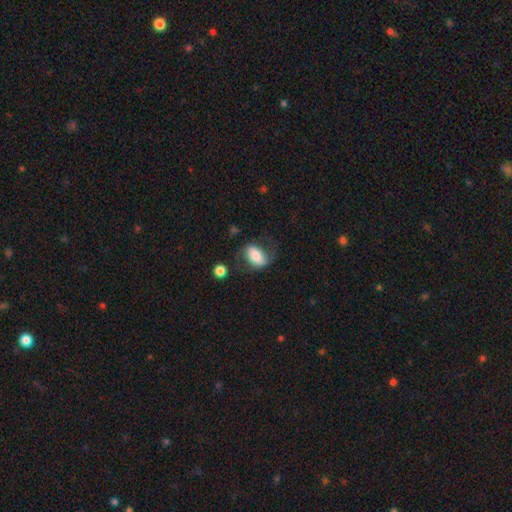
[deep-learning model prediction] smooth-or-featured: smooth: 58% | featured or disk: 34% | star or artifact: 7%
  how-rounded: in between: 85% | round: 11% | cigar-shaped: 3%
  merging: none: 56% | minor disturbance: 23% | major disturbance: 17% | merger: 4%